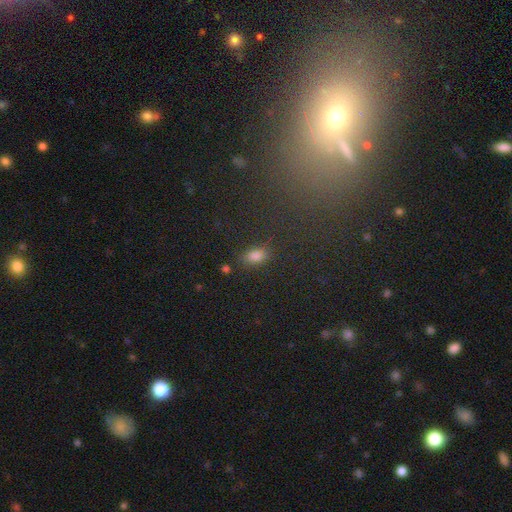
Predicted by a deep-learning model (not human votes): smooth-or-featured: smooth: 81% | star or artifact: 13% | featured or disk: 6%
  how-rounded: in between: 88% | round: 8% | cigar-shaped: 4%
  merging: none: 81% | minor disturbance: 12% | major disturbance: 4% | merger: 3%